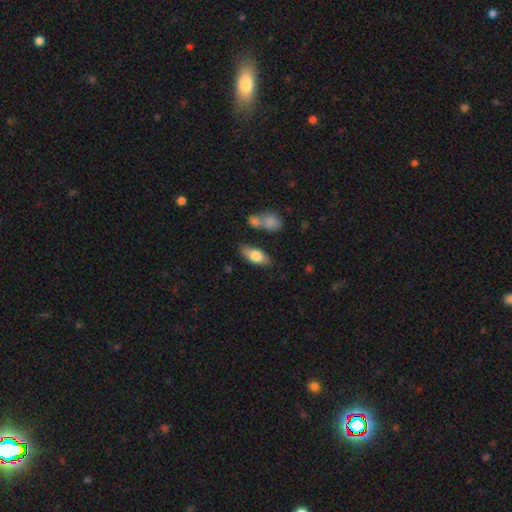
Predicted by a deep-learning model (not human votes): This appears to be a smooth galaxy with no disk features (75%) that is in between round and cigar-shaped (83%). Merging: none (74%).